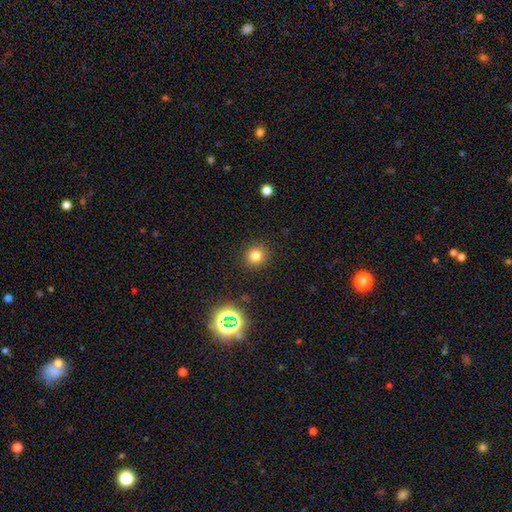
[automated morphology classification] The model was most divided on "smooth or featured": smooth: 77%, star or artifact: 17%, featured or disk: 6%. More confident: merging — none (90%); how rounded — round (90%).